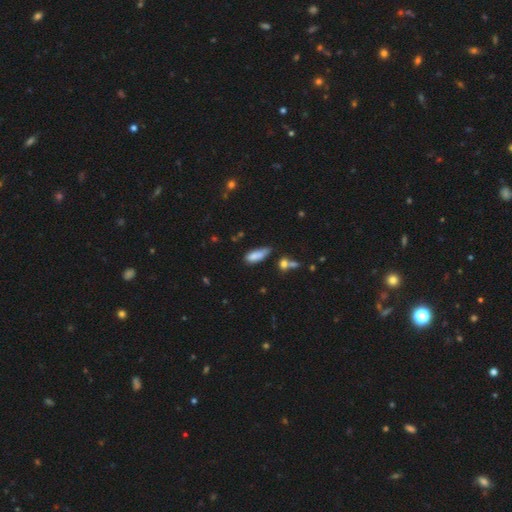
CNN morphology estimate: Q: Smooth or featured?
A: smooth (77%); runner-up: featured or disk (13%)
Q: How rounded?
A: in between (71%); runner-up: cigar-shaped (26%)
Q: Merging?
A: none (39%); runner-up: minor disturbance (32%)